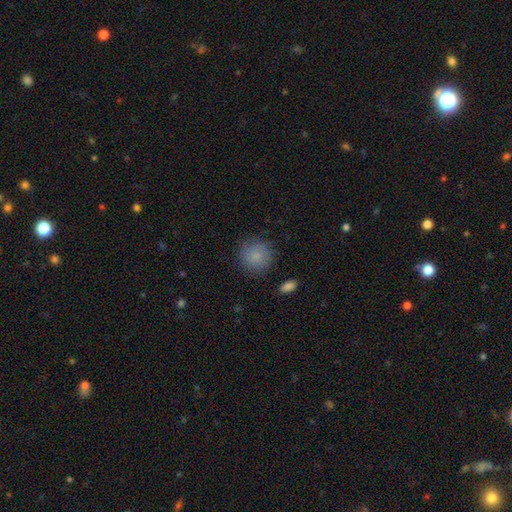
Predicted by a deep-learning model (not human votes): smooth-or-featured: smooth: 84% | star or artifact: 9% | featured or disk: 7%
  how-rounded: round: 92% | in between: 7% | cigar-shaped: 1%
  merging: none: 83% | minor disturbance: 12% | major disturbance: 4% | merger: 2%